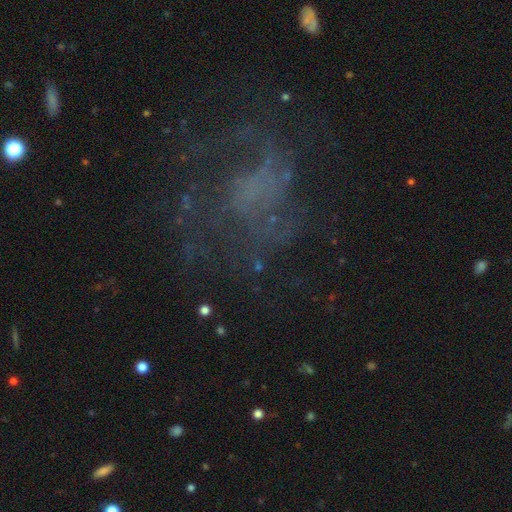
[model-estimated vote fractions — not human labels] The model was most divided on "spiral arms": yes: 56%, no: 44%. More confident: edge-on disk — no (97%); bar — no (79%); bulge size — none (63%); smooth or featured — featured or disk (58%); merging — none (50%).